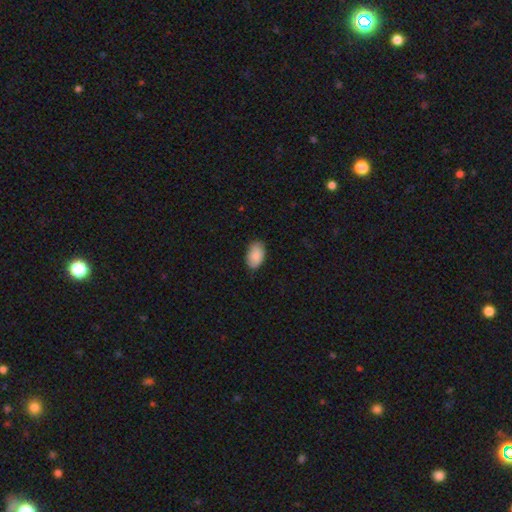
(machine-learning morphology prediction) This is clearly a smooth galaxy (86%). How rounded: clearly in between (91%). Merging: likely none (79%).